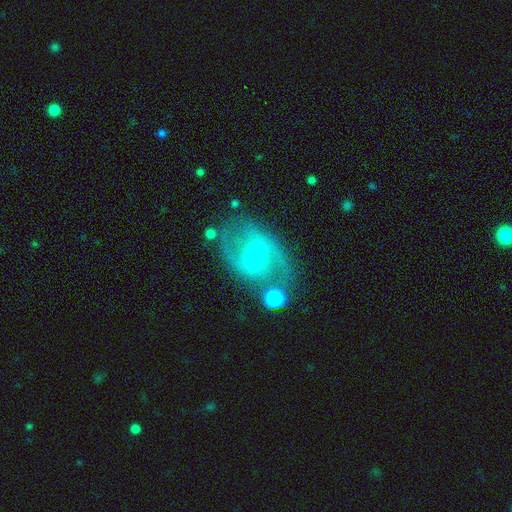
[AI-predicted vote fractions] Smooth or featured? featured or disk (80%)
Edge-on disk? no (96%)
Bar? weak (46%)
Spiral arms? yes (88%)
Spiral winding? medium (51%)
Spiral arm count? 2 (86%)
Bulge size? small (62%)
Merging? none (64%)